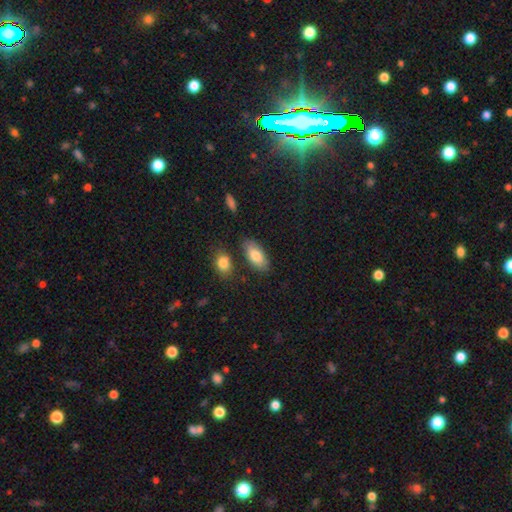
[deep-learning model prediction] Smooth or featured: smooth — 82% (featured or disk — 12%)
How rounded: in between — 89% (cigar-shaped — 8%)
Merging: none — 78% (minor disturbance — 13%)